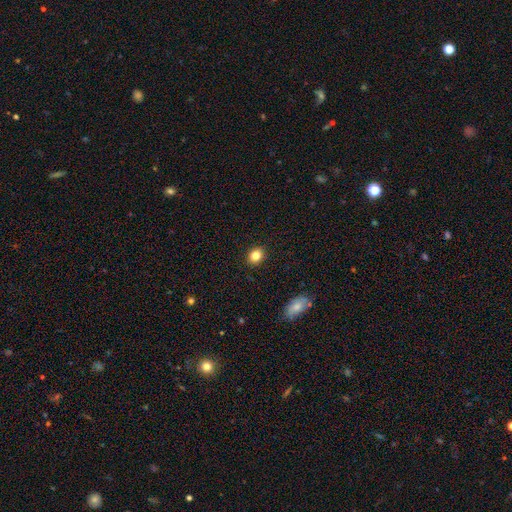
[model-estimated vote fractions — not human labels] Smooth or featured? smooth (83%)
How rounded? round (53%)
Merging? none (90%)